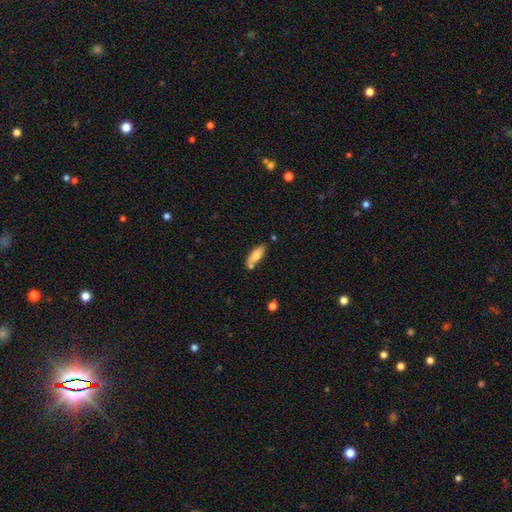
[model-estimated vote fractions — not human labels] This appears to be a smooth galaxy with no disk features (73%) that is in between round and cigar-shaped (64%). Merging: none (69%).